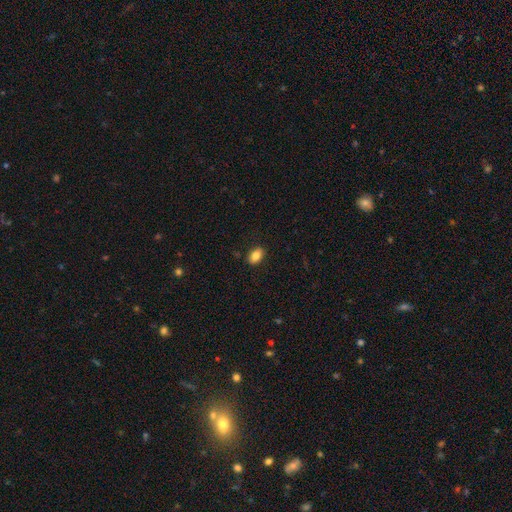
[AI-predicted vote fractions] The model was most divided on "smooth or featured": smooth: 83%, featured or disk: 8%, star or artifact: 8%. More confident: how rounded — in between (87%); merging — none (87%).